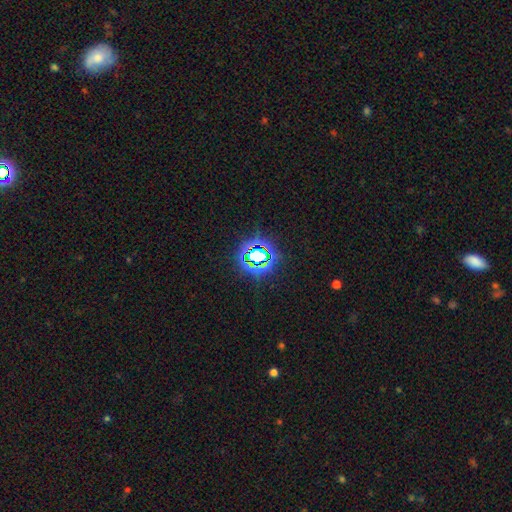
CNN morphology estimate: Smooth or featured?
  - star or artifact: 70% *
  - smooth: 20%
  - featured or disk: 11%